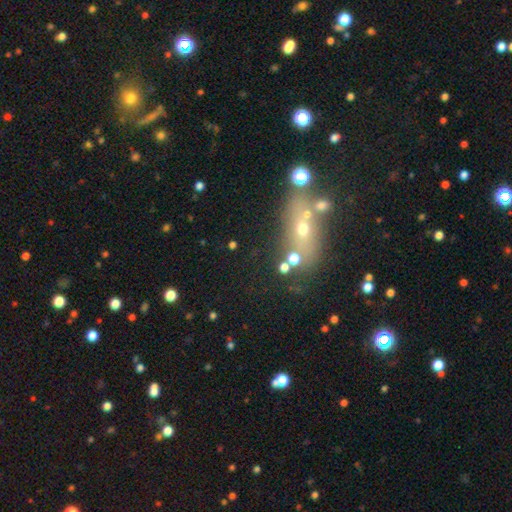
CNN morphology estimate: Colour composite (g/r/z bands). It shows a smooth galaxy with no disk features (39%). Merging: none (58%).